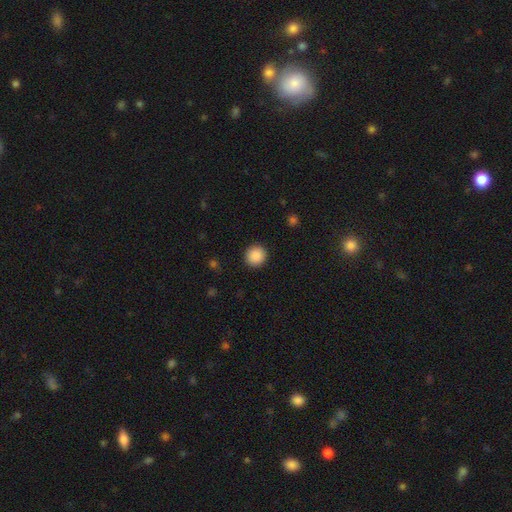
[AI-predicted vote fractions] smooth 89%, star or artifact 9%, featured or disk 3%. Down the decision tree: how rounded — round (94%); merging — none (92%).